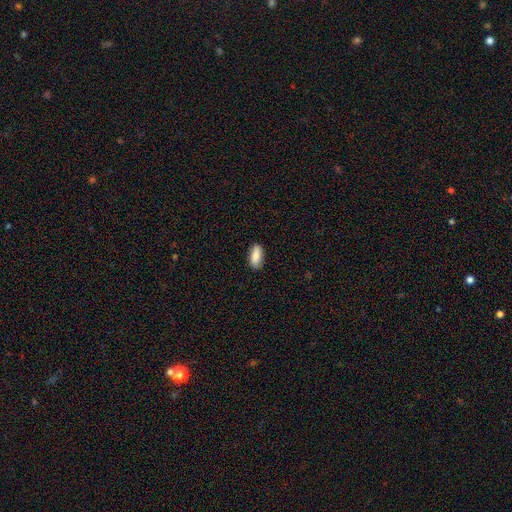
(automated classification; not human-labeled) Q: Smooth or featured?
A: smooth (85%); runner-up: featured or disk (9%)
Q: How rounded?
A: in between (84%); runner-up: cigar-shaped (13%)
Q: Merging?
A: none (87%); runner-up: minor disturbance (10%)